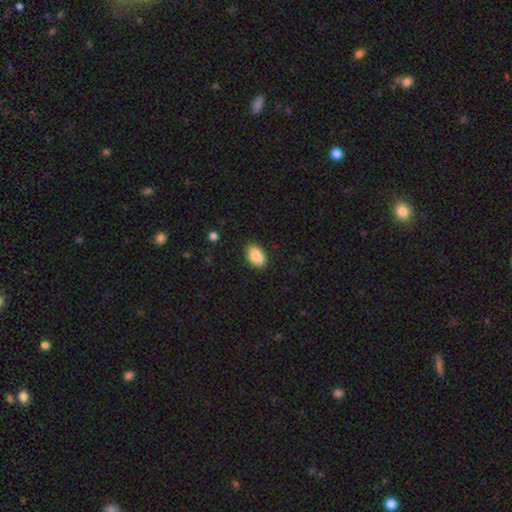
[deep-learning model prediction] smooth 83%, featured or disk 10%, star or artifact 7%. Down the decision tree: how rounded — in between (90%); merging — none (79%).